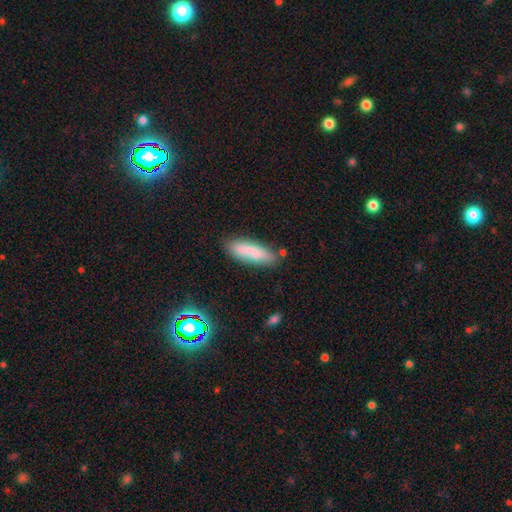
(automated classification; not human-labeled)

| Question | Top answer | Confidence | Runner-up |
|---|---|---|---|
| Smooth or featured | smooth | 75% | featured or disk (18%) |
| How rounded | cigar-shaped | 51% | in between (47%) |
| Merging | none | 72% | minor disturbance (17%) |